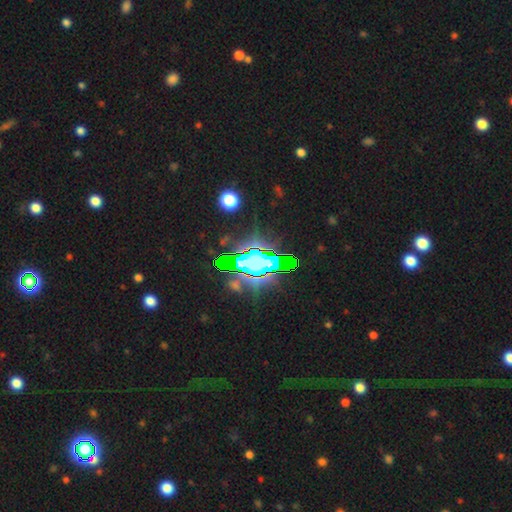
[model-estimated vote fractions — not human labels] Overall: star or artifact (81%).